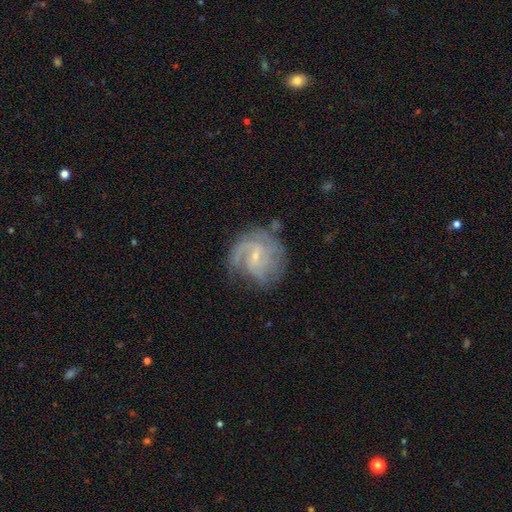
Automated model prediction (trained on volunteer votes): Smooth or featured?
  - featured or disk: 80% *
  - smooth: 13%
  - star or artifact: 8%
Edge-on disk?
  - no: 98% *
  - yes: 2%
Bar?
  - weak: 52% *
  - no: 38%
  - strong: 10%
Spiral arms?
  - yes: 94% *
  - no: 6%
Spiral winding?
  - medium: 44% *
  - tight: 35%
  - loose: 20%
Spiral arm count?
  - 2: 38% *
  - can't tell: 26%
  - 3: 17%
  - 1: 11%
  - 4: 5%
  - more than 4: 4%
Bulge size?
  - small: 75% *
  - moderate: 17%
  - none: 5%
  - large: 1%
  - dominant: 1%
Merging?
  - none: 64% *
  - minor disturbance: 21%
  - major disturbance: 13%
  - merger: 2%